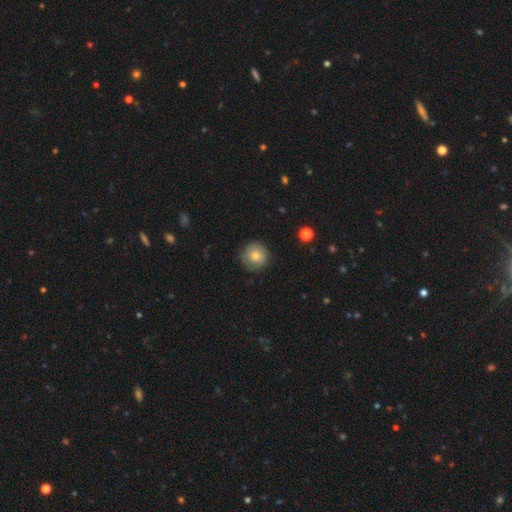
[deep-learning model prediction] A smooth galaxy with no disk features (74%) that is round (93%). Merging: none (81%).